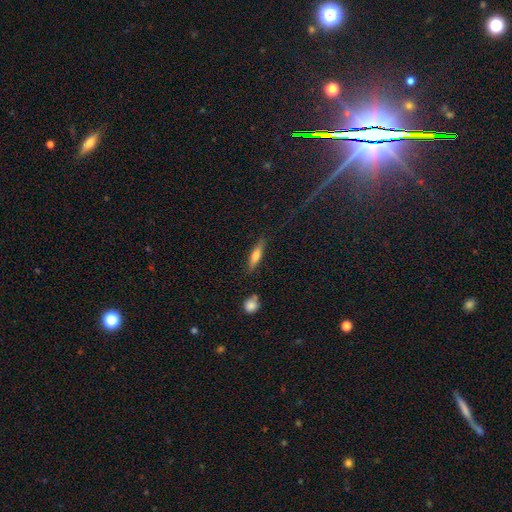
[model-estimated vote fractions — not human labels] Smooth or featured? Predicted: smooth (p=0.61). How rounded? Predicted: cigar-shaped (p=0.74). Merging? Predicted: none (p=0.82).